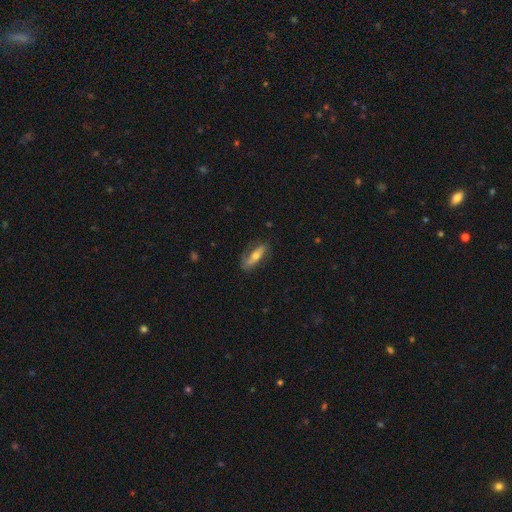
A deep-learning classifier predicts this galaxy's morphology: Smooth or featured? featured or disk (50%)
Merging? none (73%)